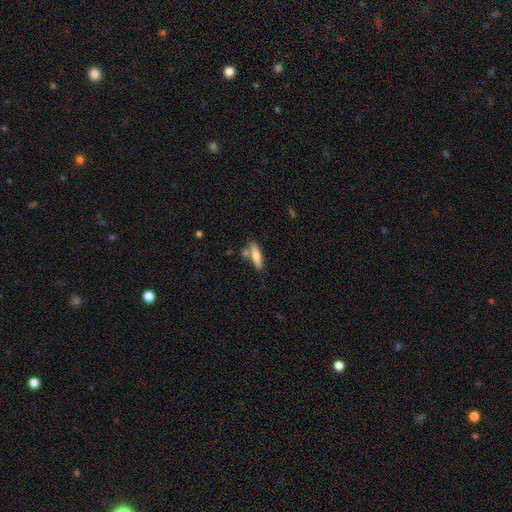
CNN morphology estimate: Smooth or featured: smooth — 72% (featured or disk — 22%)
How rounded: cigar-shaped — 59% (in between — 39%)
Merging: none — 62% (merger — 19%)